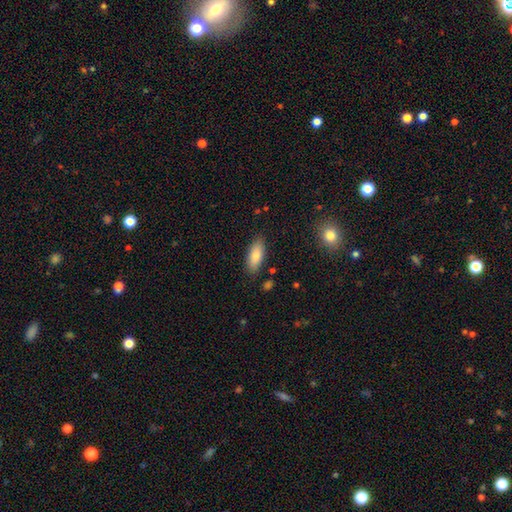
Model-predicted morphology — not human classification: The model was most divided on "how rounded": in between: 81%, cigar-shaped: 17%, round: 2%. More confident: merging — none (84%); smooth or featured — smooth (83%).